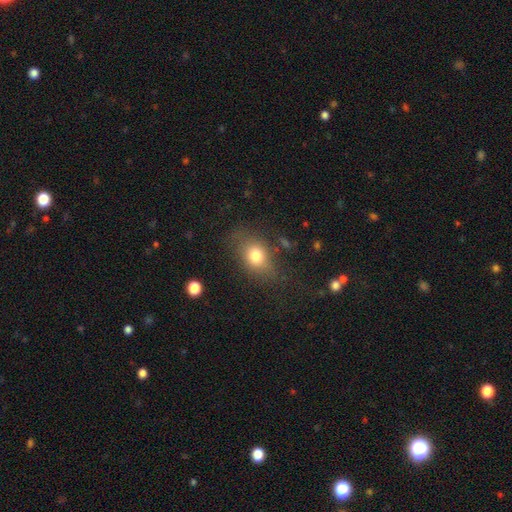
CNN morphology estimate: type=smooth (77%); roundness=in between (66%); merging=none (66%).